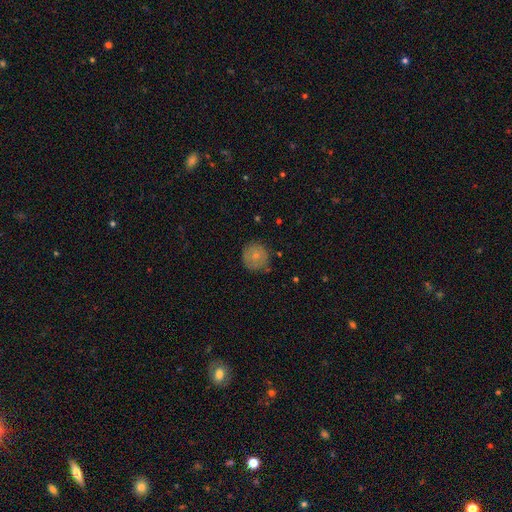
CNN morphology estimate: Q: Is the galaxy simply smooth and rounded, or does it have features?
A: smooth — 71%.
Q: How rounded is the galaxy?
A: round — 93%.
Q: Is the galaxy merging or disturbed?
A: none — 79%.